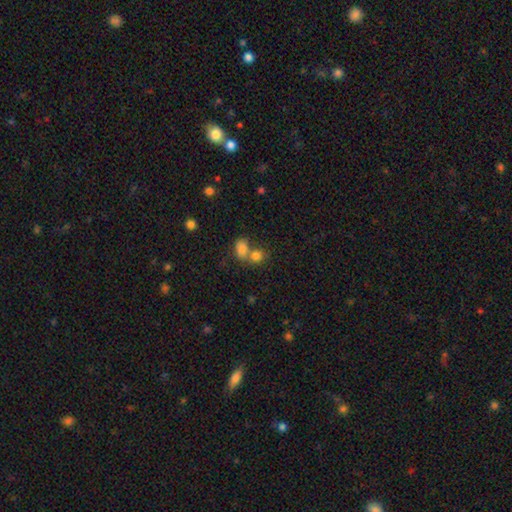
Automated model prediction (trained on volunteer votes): smooth_or_featured: smooth (p=0.80) [alt: star or artifact p=0.12]
how_rounded: round (p=0.53) [alt: in between p=0.46]
merging: merger (p=0.50) [alt: none p=0.39]